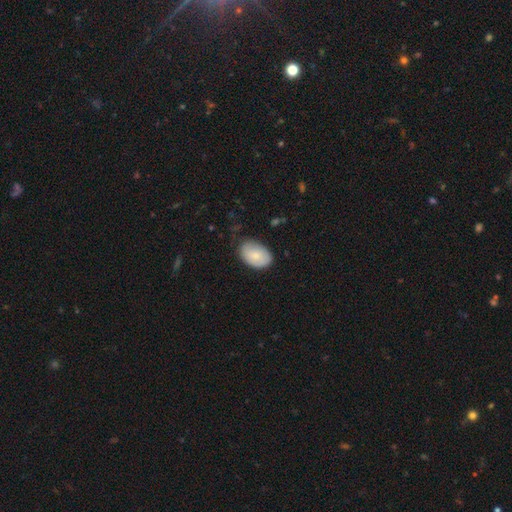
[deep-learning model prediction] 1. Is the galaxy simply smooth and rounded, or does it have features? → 79% smooth, 15% featured or disk, 6% star or artifact.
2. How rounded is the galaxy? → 88% in between, 11% round, 1% cigar-shaped.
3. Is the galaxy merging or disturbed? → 72% none, 23% minor disturbance, 4% major disturbance, 1% merger.